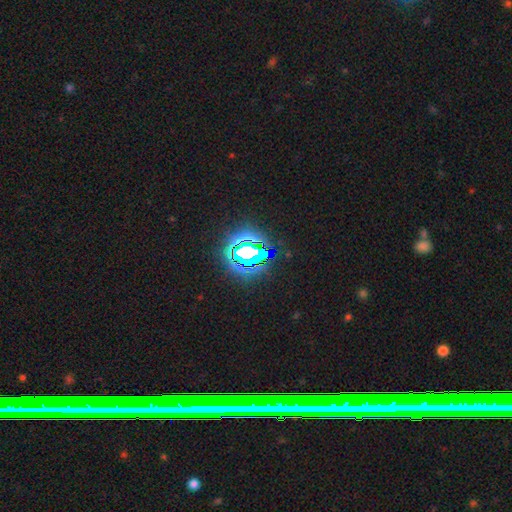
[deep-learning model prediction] Smooth or featured?
  - star or artifact: 75% *
  - smooth: 14%
  - featured or disk: 11%